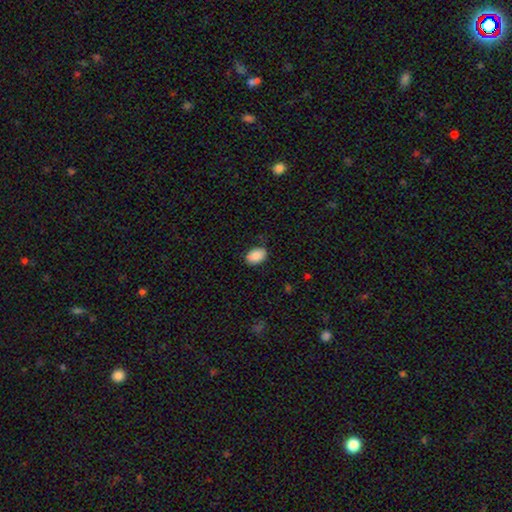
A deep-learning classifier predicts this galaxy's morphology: Smooth or featured? smooth (89%)
How rounded? in between (86%)
Merging? none (81%)